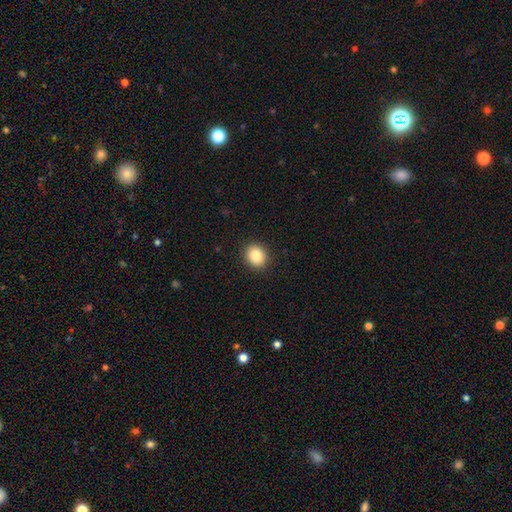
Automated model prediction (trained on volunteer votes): A smooth galaxy with no disk features (84%) that is round (64%).

Vote fractions:
- Smooth or featured? smooth: 84% / star or artifact: 9% / featured or disk: 7%
- How rounded? round: 64% / in between: 35% / cigar-shaped: 1%
- Merging? none: 91% / minor disturbance: 6% / major disturbance: 2% / merger: 1%